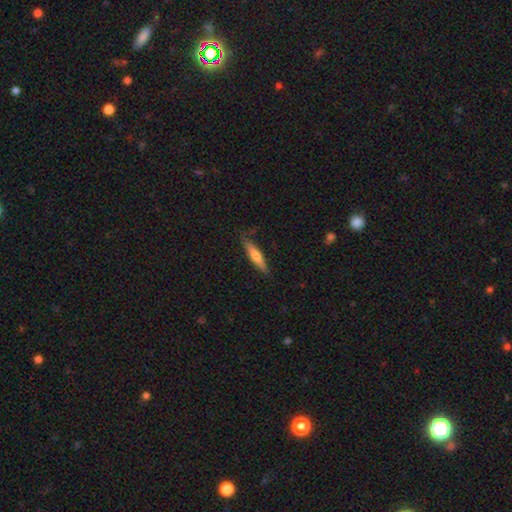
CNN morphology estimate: A smooth galaxy with no disk features (59%) that is cigar-shaped (83%).

Vote fractions:
- Smooth or featured? smooth: 59% / featured or disk: 35% / star or artifact: 6%
- How rounded? cigar-shaped: 83% / in between: 15% / round: 2%
- Merging? none: 81% / minor disturbance: 15% / major disturbance: 3% / merger: 1%